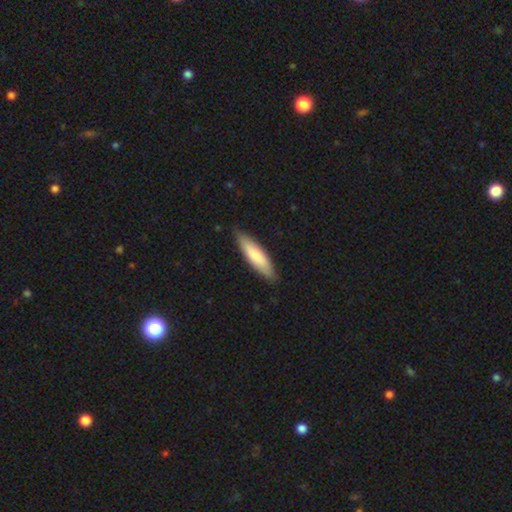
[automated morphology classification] Smooth or featured? smooth (73%)
How rounded? cigar-shaped (65%)
Merging? none (84%)